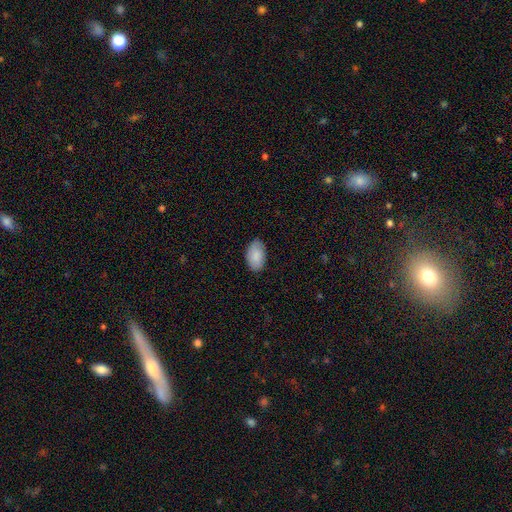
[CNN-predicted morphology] type=smooth (86%); roundness=in between (95%); merging=none (83%).